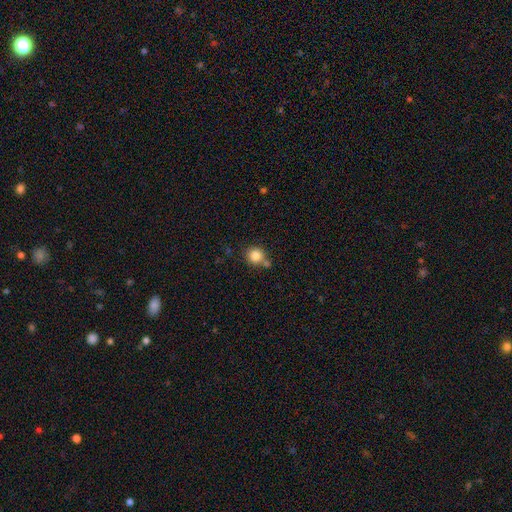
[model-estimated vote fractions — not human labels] Morphology: type=smooth (84%); roundness=round (91%); merging=none (65%).